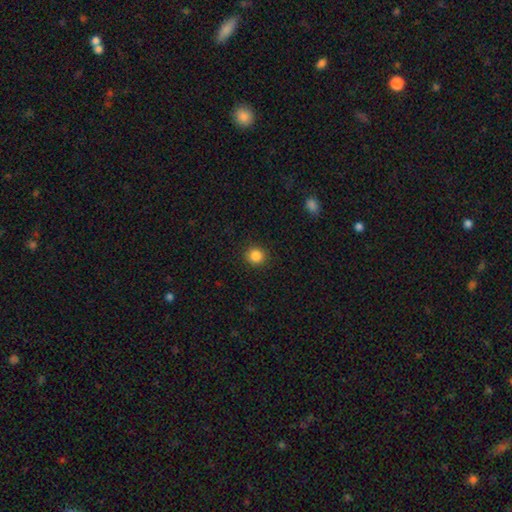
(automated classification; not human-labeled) This appears to be a smooth galaxy with no disk features (86%) that is round (93%). Merging: none (92%).